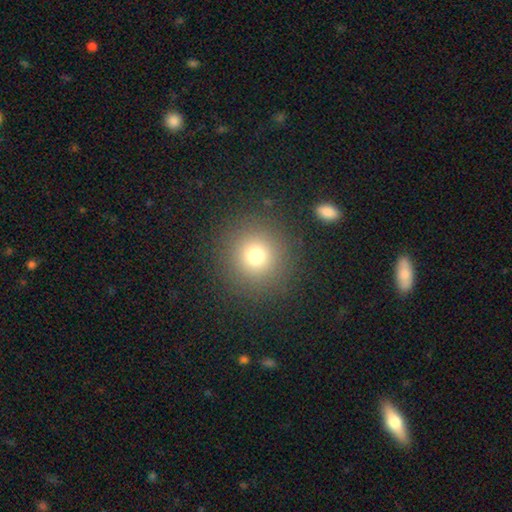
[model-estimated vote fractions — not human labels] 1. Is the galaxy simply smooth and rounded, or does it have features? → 75% smooth, 16% star or artifact, 9% featured or disk.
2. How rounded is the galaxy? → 94% round, 5% in between, 1% cigar-shaped.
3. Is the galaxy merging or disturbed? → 89% none, 6% minor disturbance, 3% major disturbance, 2% merger.